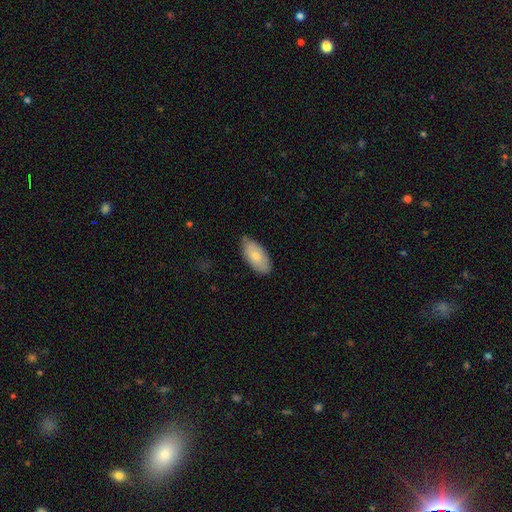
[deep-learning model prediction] This is likely a smooth galaxy (74%). How rounded: clearly in between (93%). Merging: likely none (75%).